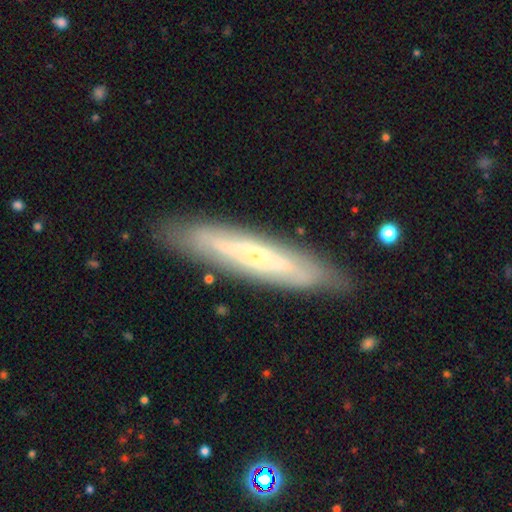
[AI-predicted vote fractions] featured or disk 68%, smooth 26%, star or artifact 6%. Down the decision tree: edge-on disk — yes (55%); merging — none (85%).